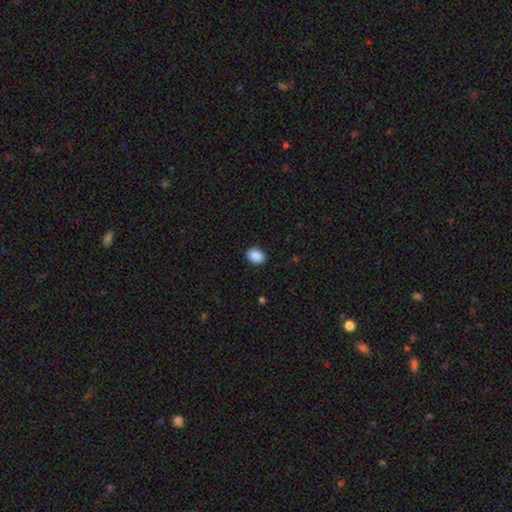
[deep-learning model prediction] This is clearly a smooth galaxy (90%). How rounded: likely in between (78%). Merging: clearly none (90%).